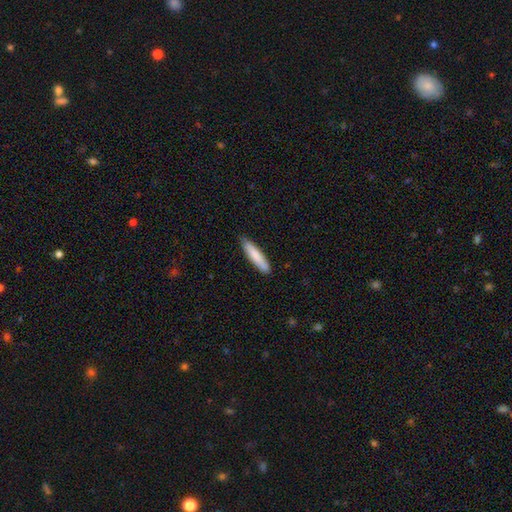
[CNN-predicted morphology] This appears to be a smooth galaxy with no disk features (81%) that is cigar-shaped (85%). Merging: none (87%).